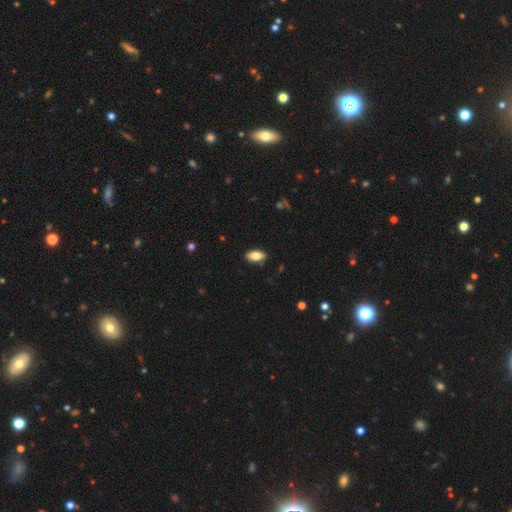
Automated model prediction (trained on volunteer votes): smooth 83%, featured or disk 10%, star or artifact 7%. Down the decision tree: how rounded — in between (91%); merging — none (86%).